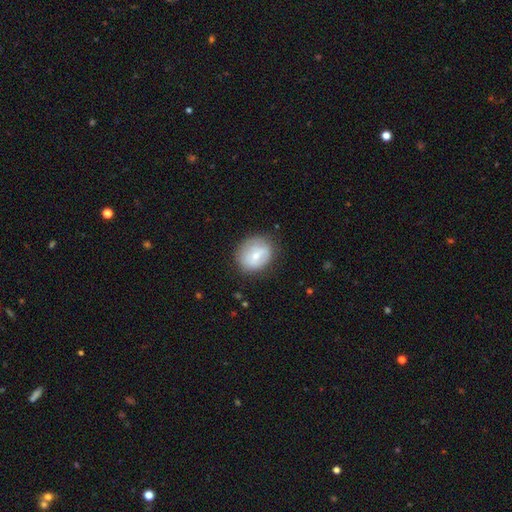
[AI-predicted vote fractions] Q: Smooth or featured?
A: smooth (56%); runner-up: featured or disk (36%)
Q: How rounded?
A: round (65%); runner-up: in between (34%)
Q: Merging?
A: none (72%); runner-up: minor disturbance (19%)